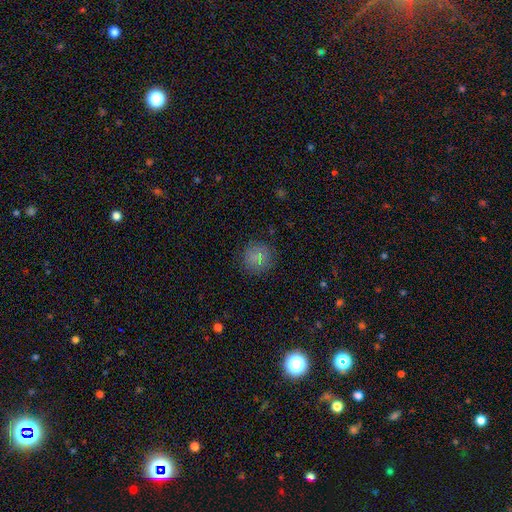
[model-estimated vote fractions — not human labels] Smooth or featured?
  - smooth: 74% *
  - star or artifact: 16%
  - featured or disk: 11%
How rounded?
  - round: 90% *
  - in between: 9%
  - cigar-shaped: 1%
Merging?
  - none: 85% *
  - minor disturbance: 10%
  - major disturbance: 3%
  - merger: 2%